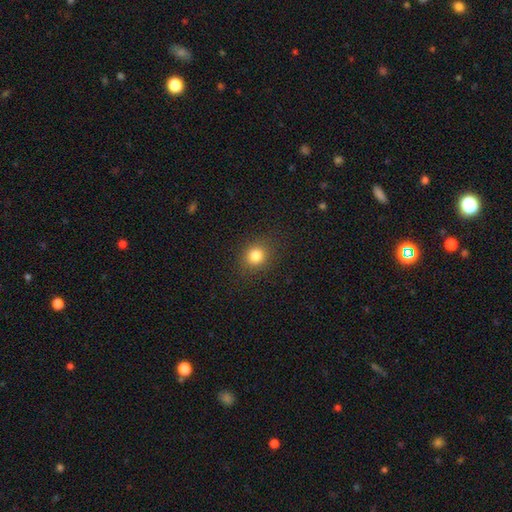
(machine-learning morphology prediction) This appears to be a smooth galaxy with no disk features (82%) that is round (77%). Merging: none (87%).